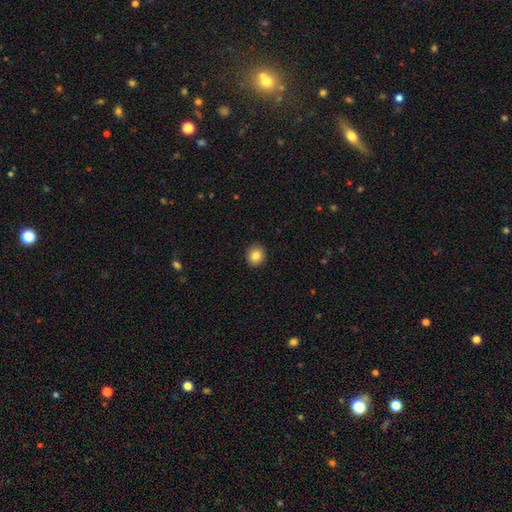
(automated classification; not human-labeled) The model was most divided on "how rounded": round: 86%, in between: 14%, cigar-shaped: 1%. More confident: merging — none (92%); smooth or featured — smooth (84%).